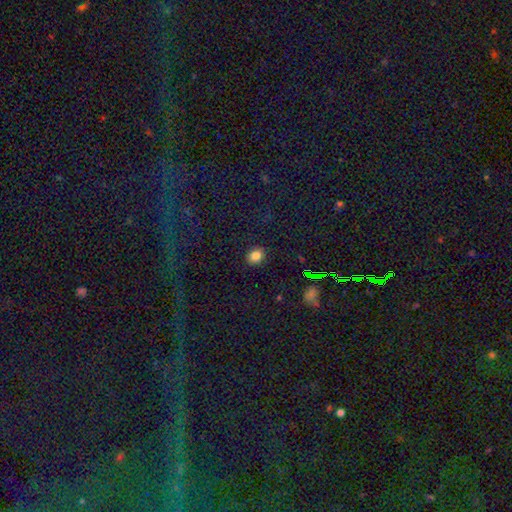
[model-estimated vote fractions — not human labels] smooth 83%, star or artifact 12%, featured or disk 5%. Down the decision tree: how rounded — round (51%); merging — none (88%).